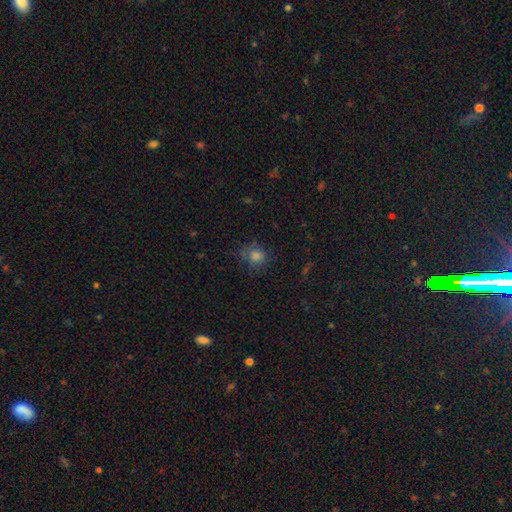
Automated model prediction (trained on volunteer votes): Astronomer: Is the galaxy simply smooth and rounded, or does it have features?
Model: smooth — 76%.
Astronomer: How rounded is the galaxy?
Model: round — 81%.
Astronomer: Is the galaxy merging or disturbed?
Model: none — 72%.